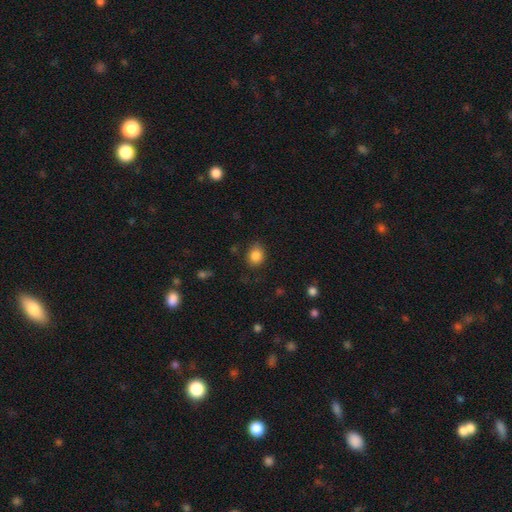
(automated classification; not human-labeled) A smooth galaxy with no disk features (86%) that is round (62%).

Vote fractions:
- Smooth or featured? smooth: 86% / star or artifact: 10% / featured or disk: 5%
- How rounded? round: 62% / in between: 37% / cigar-shaped: 1%
- Merging? none: 78% / minor disturbance: 16% / major disturbance: 4% / merger: 2%